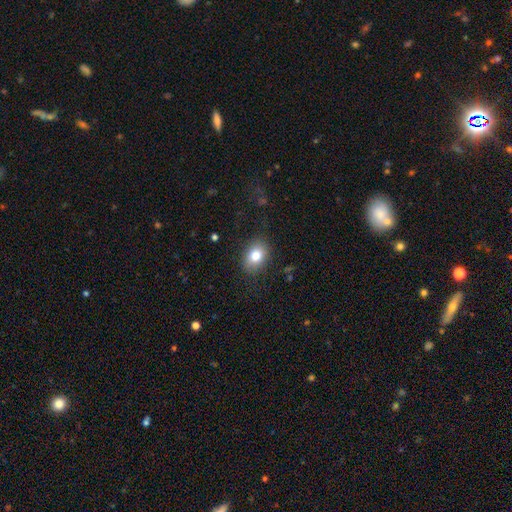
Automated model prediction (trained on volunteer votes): Smooth or featured? smooth (81%)
How rounded? in between (71%)
Merging? none (84%)